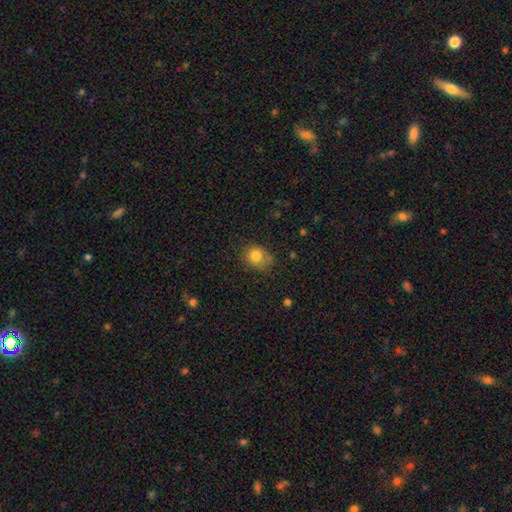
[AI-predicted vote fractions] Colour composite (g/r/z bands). It shows a smooth galaxy with no disk features (81%) that is round (64%). Merging: none (61%).